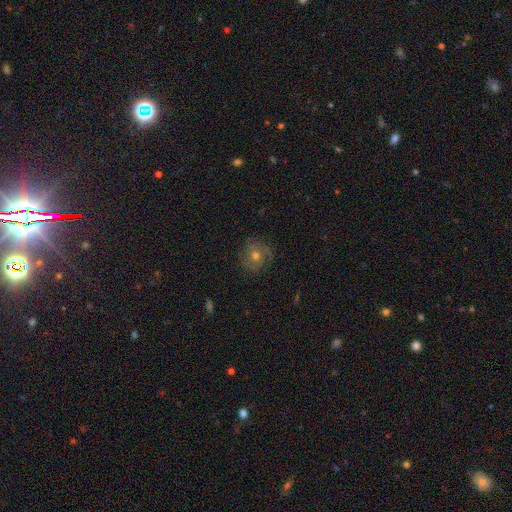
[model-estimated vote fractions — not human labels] A featured or disk galaxy (65%) with no bar (73%), 2 (48%) tight (49%) spiral arms (88%) and a moderate central bulge (71%).

Vote fractions:
- Smooth or featured? featured or disk: 65% / smooth: 23% / star or artifact: 12%
- Edge-on disk? no: 97% / yes: 3%
- Bar? no: 73% / weak: 22% / strong: 5%
- Spiral arms? yes: 88% / no: 12%
- Spiral winding? tight: 49% / medium: 40% / loose: 11%
- Spiral arm count? 2: 48% / can't tell: 23% / 3: 16% / 1: 5% / 4: 4% / more than 4: 4%
- Bulge size? moderate: 71% / small: 22% / large: 5% / none: 1% / dominant: 1%
- Merging? none: 81% / minor disturbance: 13% / major disturbance: 5% / merger: 1%